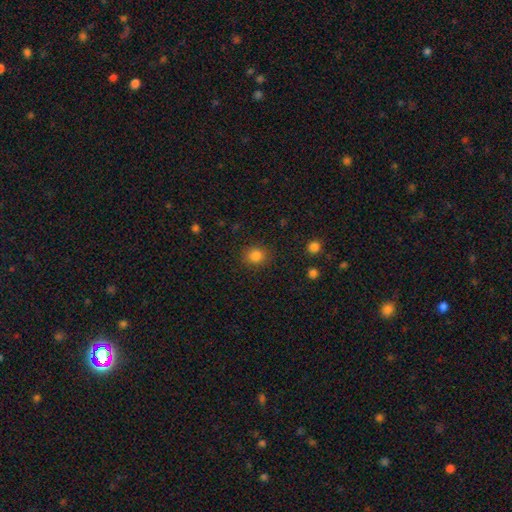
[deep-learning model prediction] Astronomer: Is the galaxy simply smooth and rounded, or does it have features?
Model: smooth — 84%.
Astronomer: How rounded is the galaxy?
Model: round — 75%.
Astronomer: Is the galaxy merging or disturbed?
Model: none — 86%.